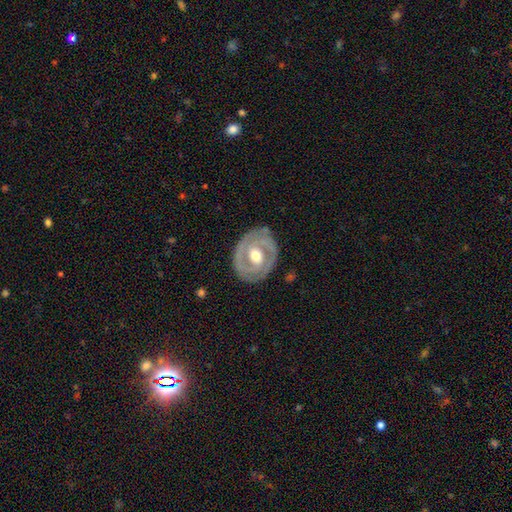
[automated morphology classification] Q: Smooth or featured?
A: featured or disk (79%); runner-up: smooth (17%)
Q: Edge-on disk?
A: no (96%); runner-up: yes (4%)
Q: Bar?
A: no (46%); runner-up: weak (37%)
Q: Spiral arms?
A: yes (73%); runner-up: no (27%)
Q: Spiral winding?
A: tight (58%); runner-up: medium (32%)
Q: Spiral arm count?
A: 2 (74%); runner-up: can't tell (12%)
Q: Bulge size?
A: moderate (75%); runner-up: small (13%)
Q: Merging?
A: none (81%); runner-up: minor disturbance (14%)